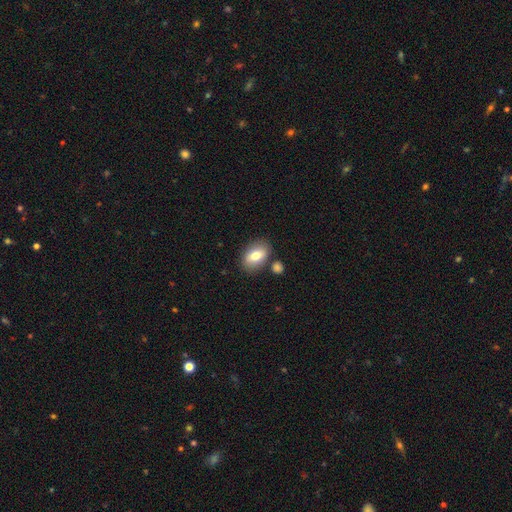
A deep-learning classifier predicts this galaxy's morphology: Smooth or featured? Predicted: smooth (p=0.73). How rounded? Predicted: in between (p=0.84). Merging? Predicted: none (p=0.76).